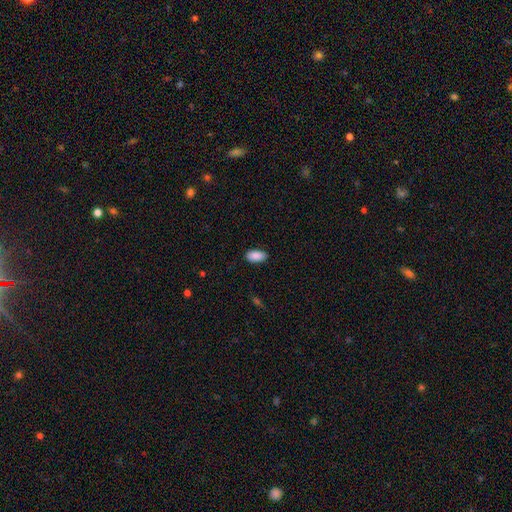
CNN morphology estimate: A smooth galaxy with no disk features (90%) that is in between round and cigar-shaped (94%).

Vote fractions:
- Smooth or featured? smooth: 90% / star or artifact: 7% / featured or disk: 3%
- How rounded? in between: 94% / cigar-shaped: 4% / round: 3%
- Merging? none: 86% / minor disturbance: 11% / major disturbance: 2% / merger: 1%